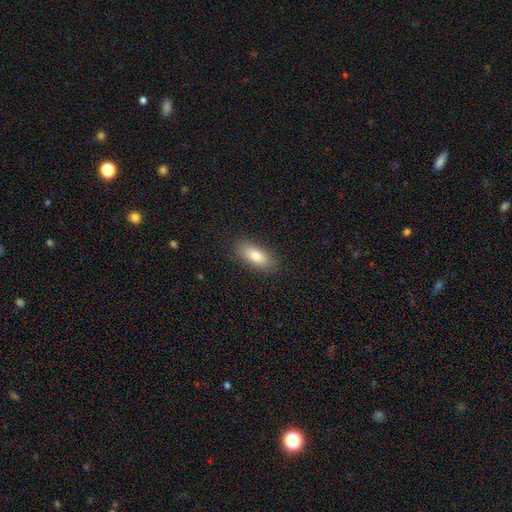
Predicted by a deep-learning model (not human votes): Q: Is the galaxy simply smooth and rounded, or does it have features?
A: smooth — 81%.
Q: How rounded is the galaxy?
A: in between — 80%.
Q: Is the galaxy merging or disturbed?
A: none — 88%.